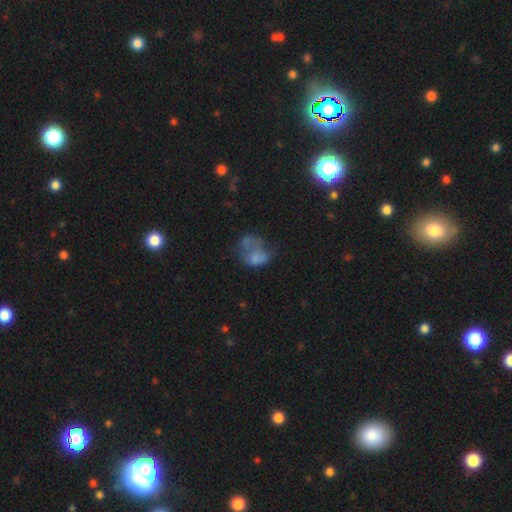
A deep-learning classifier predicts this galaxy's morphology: This appears to be a smooth galaxy with no disk features (53%) that is in between round and cigar-shaped (65%). Merging: major disturbance (36%).